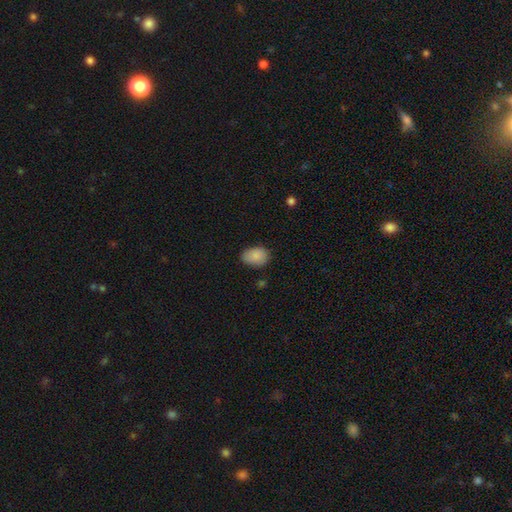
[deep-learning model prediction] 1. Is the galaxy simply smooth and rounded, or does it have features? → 86% smooth, 8% star or artifact, 6% featured or disk.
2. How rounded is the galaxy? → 82% in between, 17% round, 1% cigar-shaped.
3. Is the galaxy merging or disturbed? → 73% none, 21% minor disturbance, 4% major disturbance, 2% merger.